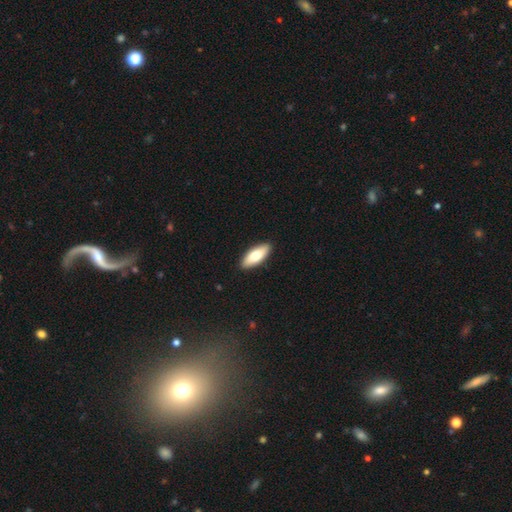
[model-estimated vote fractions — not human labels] smooth-or-featured: smooth: 73% | featured or disk: 21% | star or artifact: 5%
  how-rounded: in between: 80% | cigar-shaped: 18% | round: 2%
  merging: none: 91% | minor disturbance: 7% | major disturbance: 1% | merger: 1%